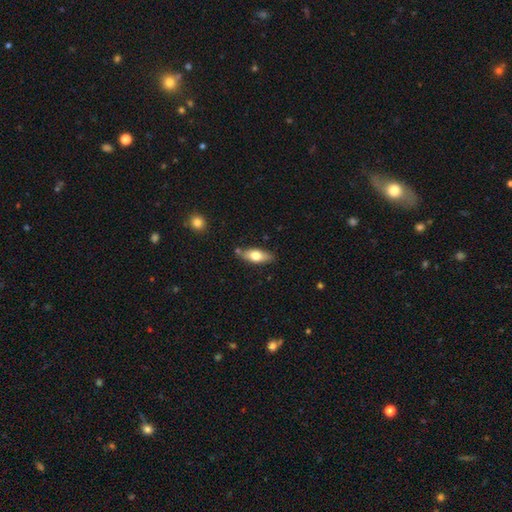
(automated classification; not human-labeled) A smooth galaxy with no disk features (66%) that is in between round and cigar-shaped (75%).

Vote fractions:
- Smooth or featured? smooth: 66% / featured or disk: 28% / star or artifact: 6%
- How rounded? in between: 75% / cigar-shaped: 22% / round: 3%
- Merging? none: 80% / minor disturbance: 13% / merger: 4% / major disturbance: 3%